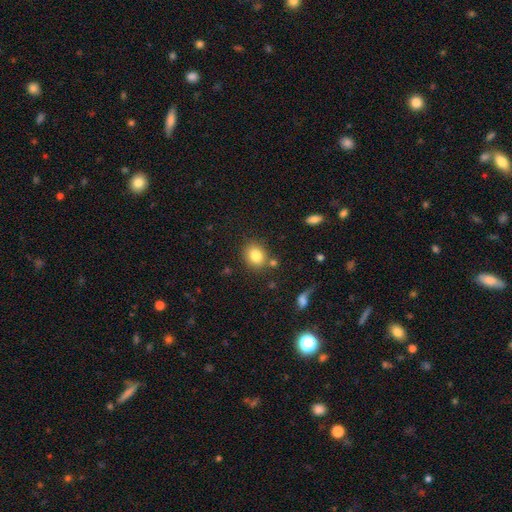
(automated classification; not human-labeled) smooth 82%, star or artifact 10%, featured or disk 8%. Down the decision tree: how rounded — round (62%); merging — none (78%).